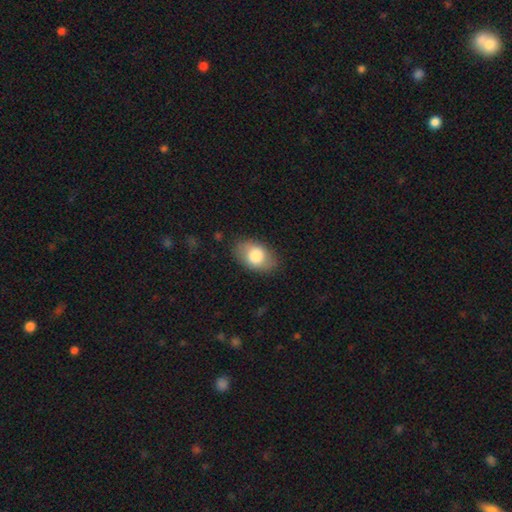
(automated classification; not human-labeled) A smooth galaxy with no disk features (78%) that is in between round and cigar-shaped (88%). Merging: none (81%).